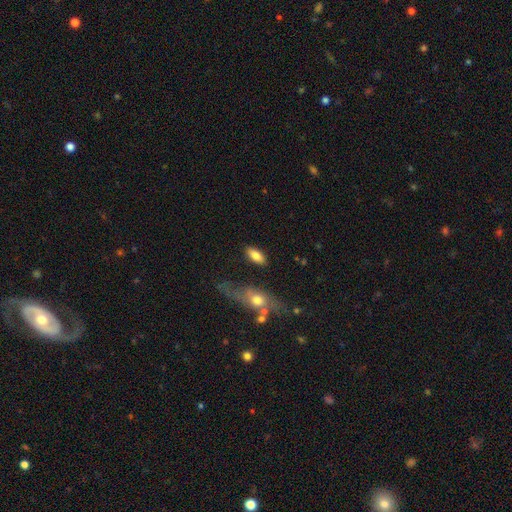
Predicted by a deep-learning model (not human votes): A smooth galaxy with no disk features (79%) that is in between round and cigar-shaped (86%).

Vote fractions:
- Smooth or featured? smooth: 79% / featured or disk: 14% / star or artifact: 7%
- How rounded? in between: 86% / cigar-shaped: 11% / round: 3%
- Merging? none: 80% / minor disturbance: 12% / major disturbance: 4% / merger: 4%